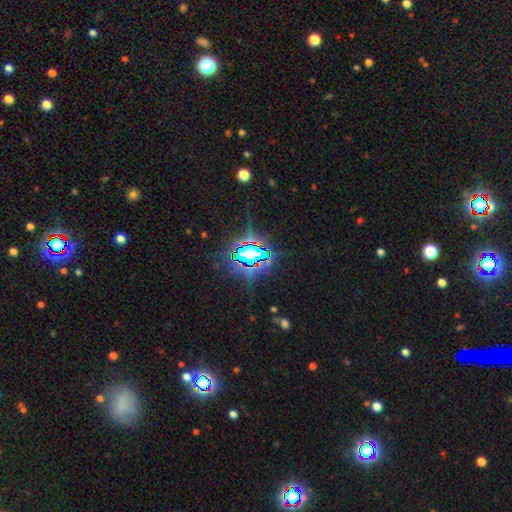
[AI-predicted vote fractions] Smooth or featured? star or artifact (76%)